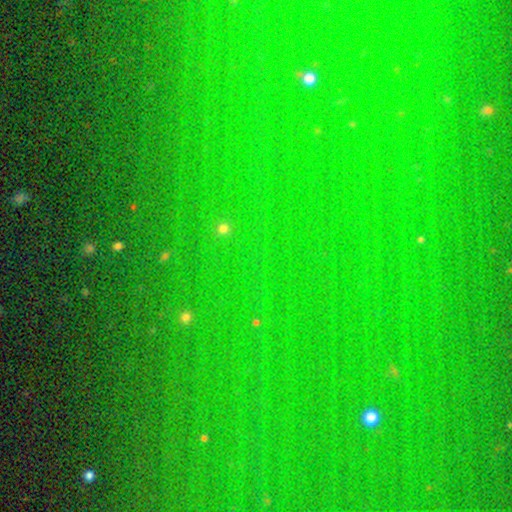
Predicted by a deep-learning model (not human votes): smooth-or-featured: star or artifact: 80% | smooth: 12% | featured or disk: 8%